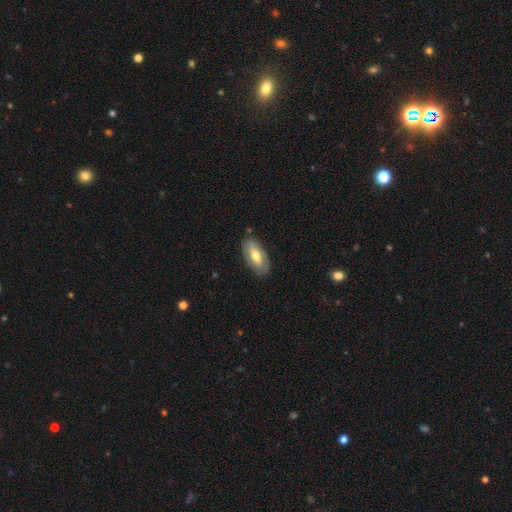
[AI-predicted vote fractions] Smooth or featured?
  - smooth: 54% *
  - featured or disk: 40%
  - star or artifact: 6%
How rounded?
  - in between: 88% *
  - cigar-shaped: 9%
  - round: 3%
Merging?
  - none: 82% *
  - minor disturbance: 13%
  - major disturbance: 3%
  - merger: 2%